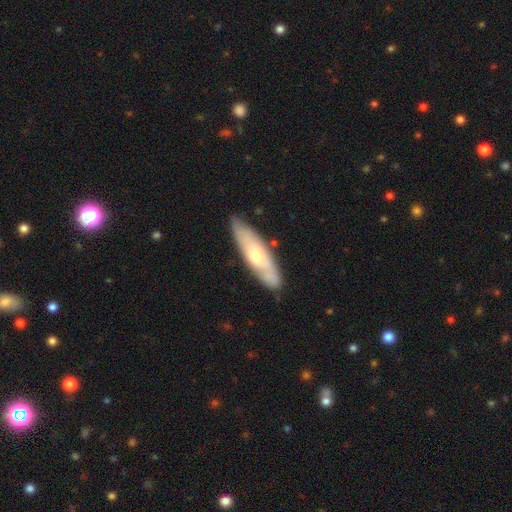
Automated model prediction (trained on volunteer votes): Morphology: type=smooth (53%); roundness=cigar-shaped (56%); merging=none (81%).